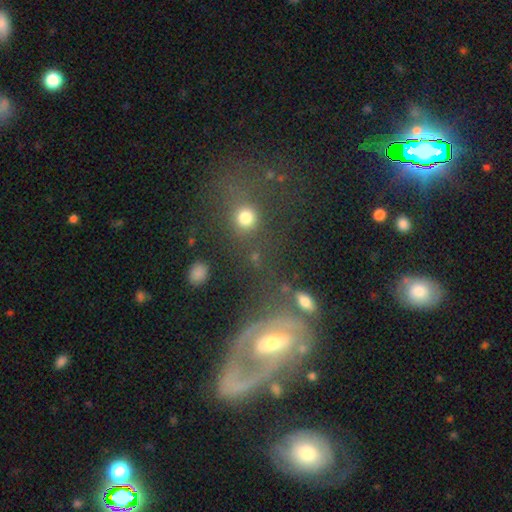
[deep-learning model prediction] A smooth galaxy with no disk features (41%).

Vote fractions:
- Smooth or featured? smooth: 41% / featured or disk: 40% / star or artifact: 19%
- Merging? none: 47% / merger: 19% / major disturbance: 18% / minor disturbance: 16%